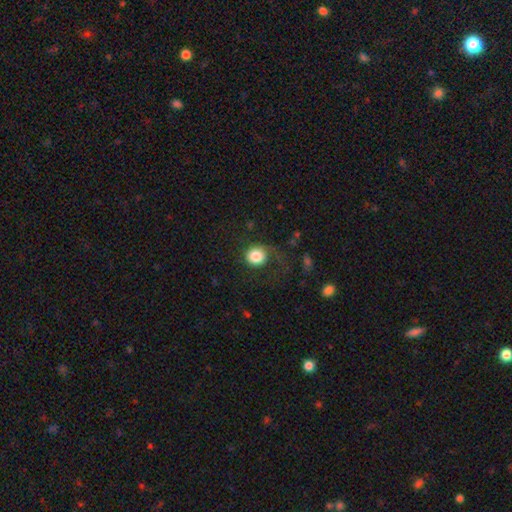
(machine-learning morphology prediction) smooth 82%, featured or disk 10%, star or artifact 8%. Down the decision tree: how rounded — round (84%); merging — none (53%).